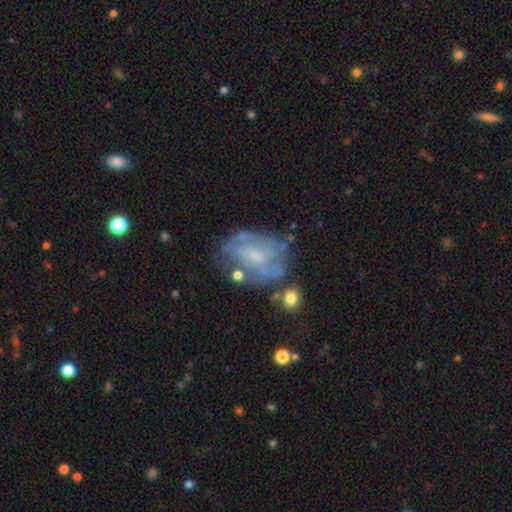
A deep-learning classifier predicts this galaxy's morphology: A featured or disk galaxy (73%) with no bar (55%), tight (45%) spiral arms (75%) and a small central bulge (54%). Merging: none (58%).